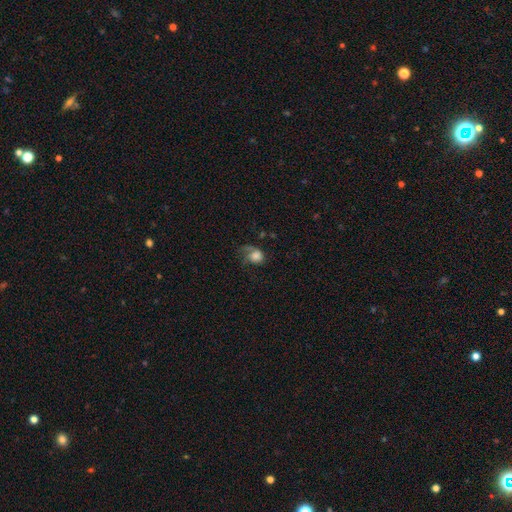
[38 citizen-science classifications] Volunteers were most divided on "smooth or featured": smooth: 53%, featured or disk: 39%, star or artifact: 8%. More confident: merging — major disturbance (66%); how rounded — in between (60%).